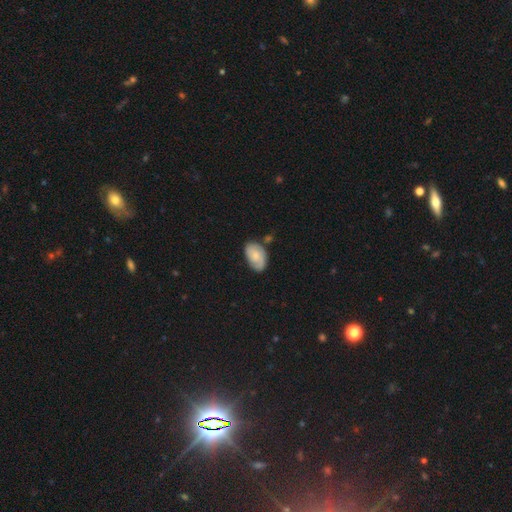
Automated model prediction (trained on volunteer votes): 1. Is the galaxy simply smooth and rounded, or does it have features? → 63% smooth, 31% featured or disk, 7% star or artifact.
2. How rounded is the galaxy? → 91% in between, 7% round, 1% cigar-shaped.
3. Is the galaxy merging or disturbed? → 62% none, 26% minor disturbance, 6% major disturbance, 6% merger.